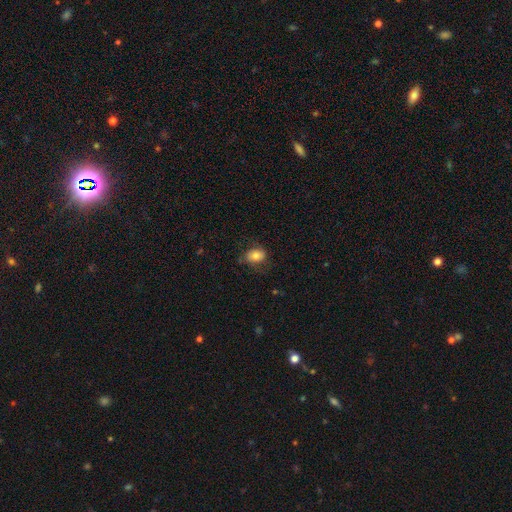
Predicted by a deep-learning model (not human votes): A smooth galaxy with no disk features (76%) that is in between round and cigar-shaped (67%). Merging: none (67%).